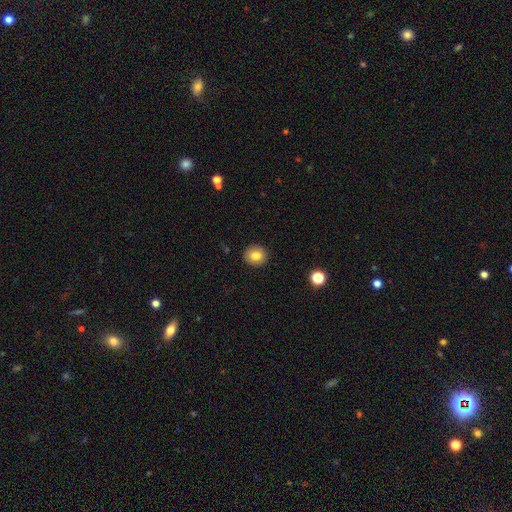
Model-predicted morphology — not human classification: Smooth or featured?
  - smooth: 80% *
  - featured or disk: 10%
  - star or artifact: 10%
How rounded?
  - round: 86% *
  - in between: 13%
  - cigar-shaped: 1%
Merging?
  - none: 91% *
  - minor disturbance: 6%
  - major disturbance: 2%
  - merger: 1%